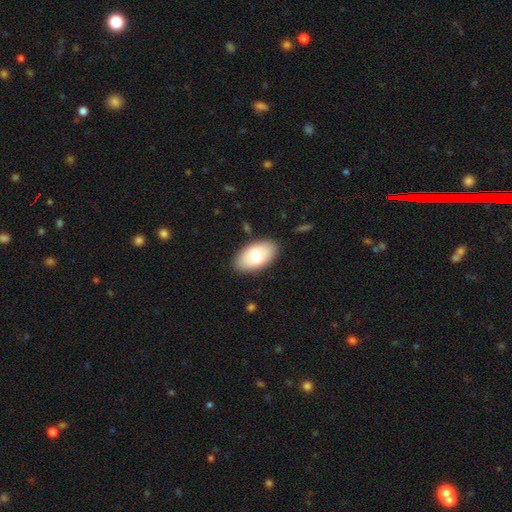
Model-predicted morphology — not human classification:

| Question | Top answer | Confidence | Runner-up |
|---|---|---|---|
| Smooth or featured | smooth | 71% | featured or disk (23%) |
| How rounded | in between | 94% | round (4%) |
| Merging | none | 86% | minor disturbance (10%) |